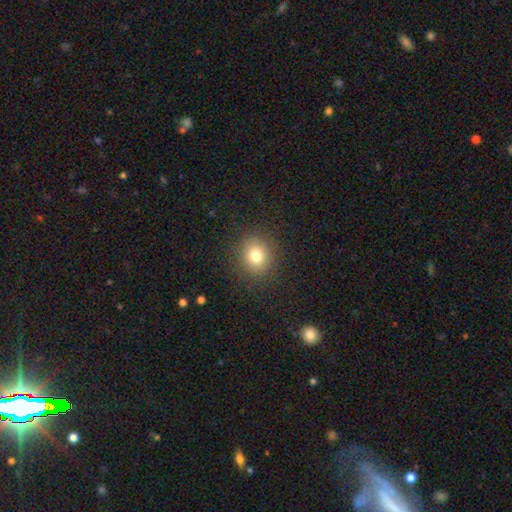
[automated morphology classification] smooth_or_featured: smooth (p=0.77) [alt: star or artifact p=0.14]
how_rounded: round (p=0.81) [alt: in between p=0.18]
merging: none (p=0.89) [alt: minor disturbance p=0.07]